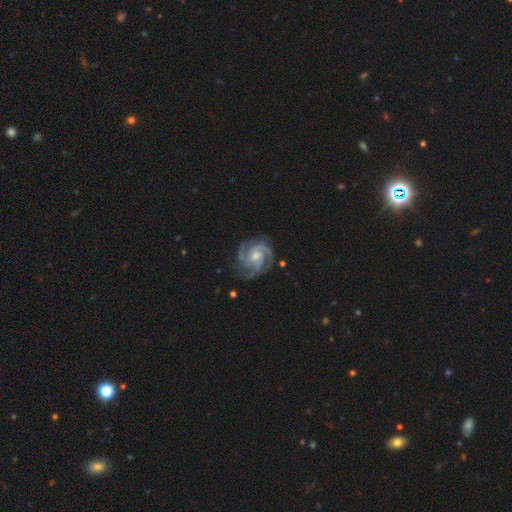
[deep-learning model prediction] A featured or disk galaxy (90%) with no bar (63%), 3 (52%) tight (61%) spiral arms (98%) and a moderate central bulge (54%).

Vote fractions:
- Smooth or featured? featured or disk: 90% / star or artifact: 5% / smooth: 4%
- Edge-on disk? no: 98% / yes: 2%
- Bar? no: 63% / weak: 30% / strong: 8%
- Spiral arms? yes: 98% / no: 2%
- Spiral winding? tight: 61% / medium: 35% / loose: 4%
- Spiral arm count? 3: 52% / 4: 20% / 2: 11% / can't tell: 8% / more than 4: 5% / 1: 4%
- Bulge size? moderate: 54% / small: 40% / large: 3% / none: 2% / dominant: 1%
- Merging? none: 79% / minor disturbance: 15% / major disturbance: 5% / merger: 1%